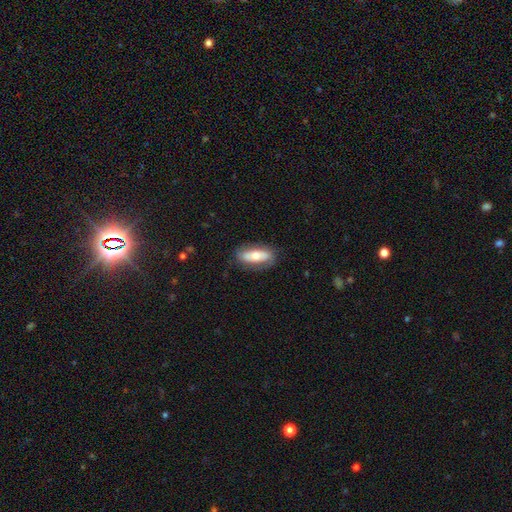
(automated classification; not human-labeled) Smooth or featured: smooth — 56% (featured or disk — 38%)
How rounded: in between — 75% (cigar-shaped — 22%)
Merging: none — 79% (minor disturbance — 15%)